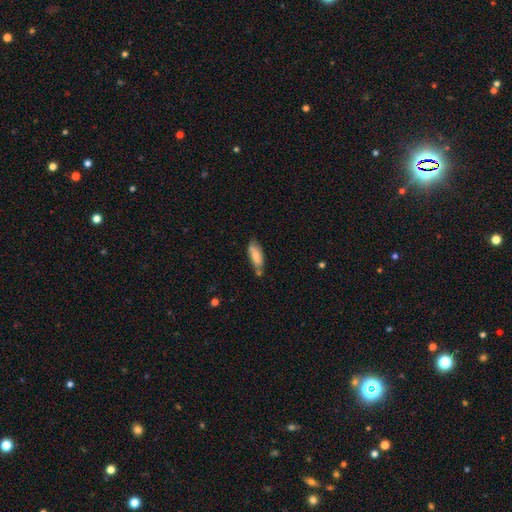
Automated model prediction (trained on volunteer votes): Smooth or featured? smooth (72%)
How rounded? in between (67%)
Merging? none (59%)